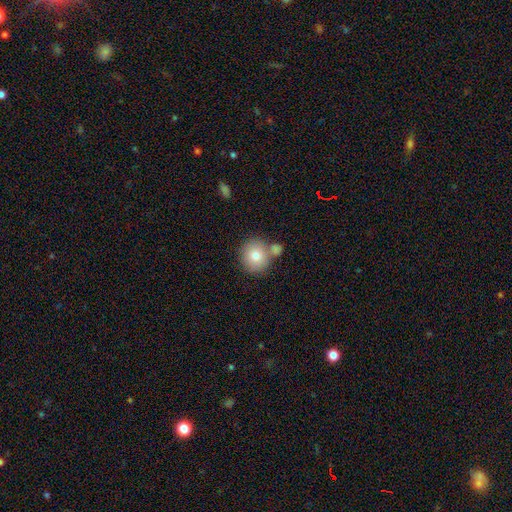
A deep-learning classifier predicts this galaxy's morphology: type=smooth (78%); roundness=round (85%); merging=none (60%).